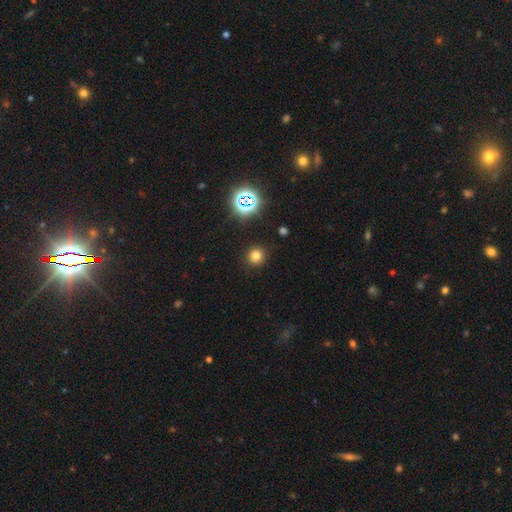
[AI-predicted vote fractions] Morphology: type=smooth (74%); roundness=round (92%); merging=none (90%).